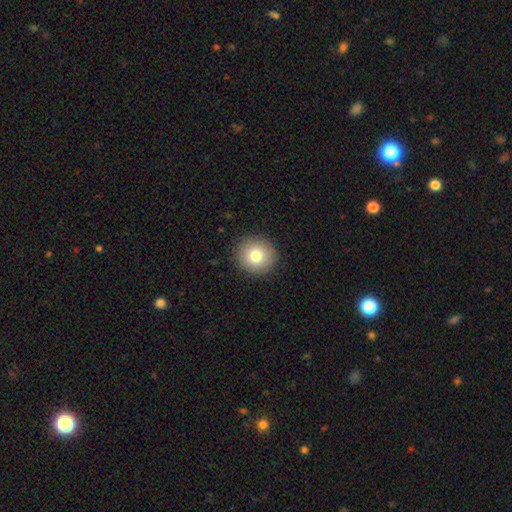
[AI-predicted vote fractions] The model was most divided on "smooth or featured": smooth: 78%, featured or disk: 11%, star or artifact: 11%. More confident: how rounded — round (93%); merging — none (91%).